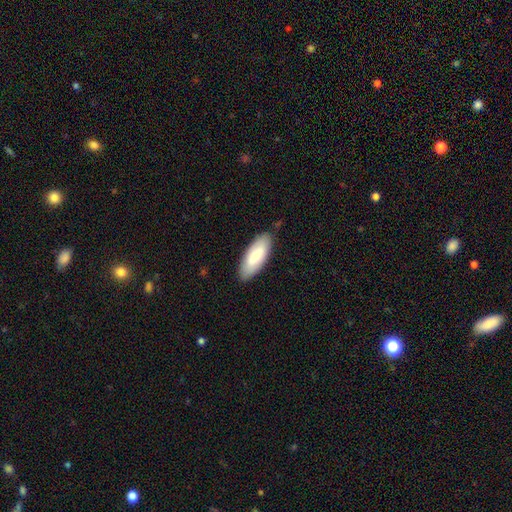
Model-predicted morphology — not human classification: This appears to be a smooth galaxy with no disk features (69%) that is in between round and cigar-shaped (78%). Merging: none (86%).